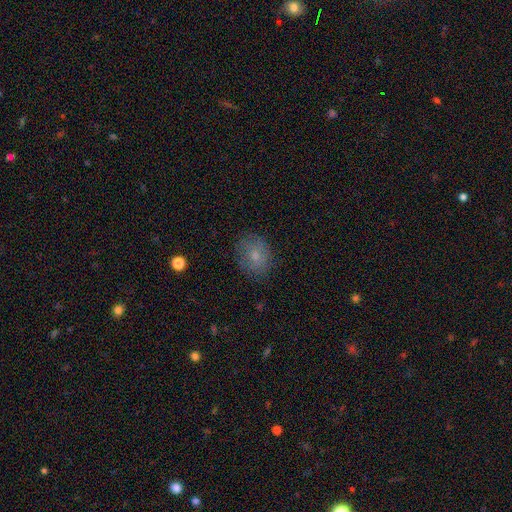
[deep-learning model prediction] smooth-or-featured: smooth: 70% | featured or disk: 20% | star or artifact: 11%
  how-rounded: round: 53% | in between: 46% | cigar-shaped: 1%
  merging: none: 79% | minor disturbance: 15% | major disturbance: 5% | merger: 1%